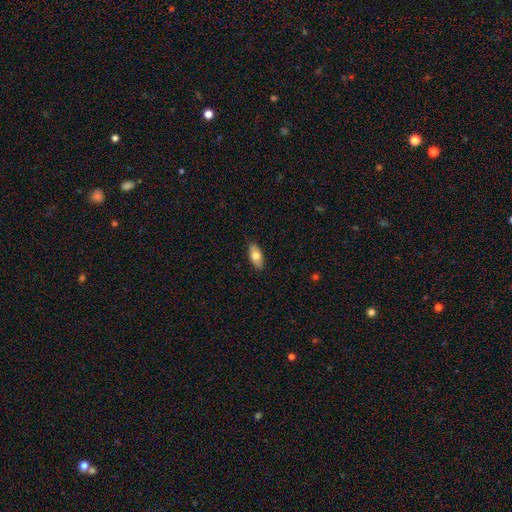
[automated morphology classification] type=smooth (73%); roundness=in between (85%); merging=none (89%).